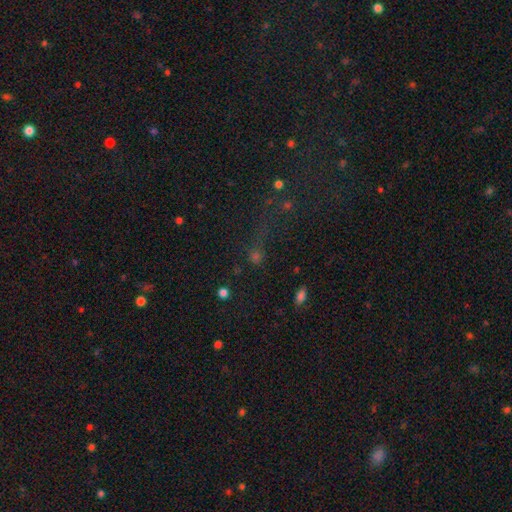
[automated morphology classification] Smooth or featured: smooth — 45% (star or artifact — 44%)
Merging: none — 53% (major disturbance — 21%)